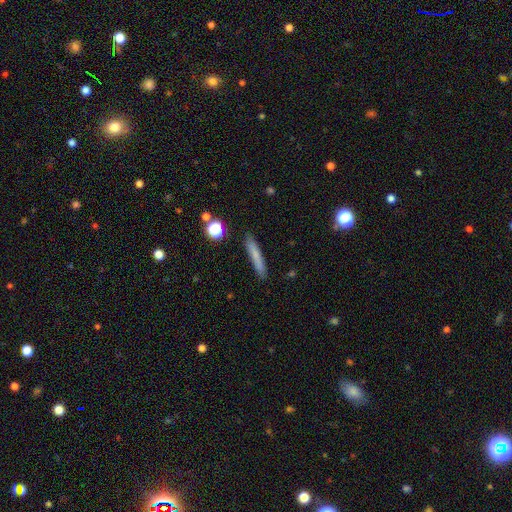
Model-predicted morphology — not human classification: Smooth or featured?
  - smooth: 74% *
  - featured or disk: 18%
  - star or artifact: 8%
How rounded?
  - cigar-shaped: 93% *
  - in between: 5%
  - round: 2%
Merging?
  - none: 87% *
  - minor disturbance: 9%
  - major disturbance: 2%
  - merger: 2%